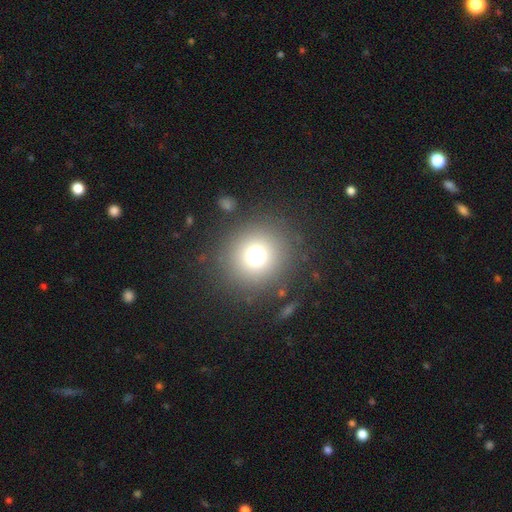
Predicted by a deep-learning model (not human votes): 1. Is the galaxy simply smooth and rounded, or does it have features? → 71% smooth, 20% star or artifact, 9% featured or disk.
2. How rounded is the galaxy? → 93% round, 6% in between, 1% cigar-shaped.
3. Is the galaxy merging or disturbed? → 86% none, 6% minor disturbance, 5% major disturbance, 3% merger.